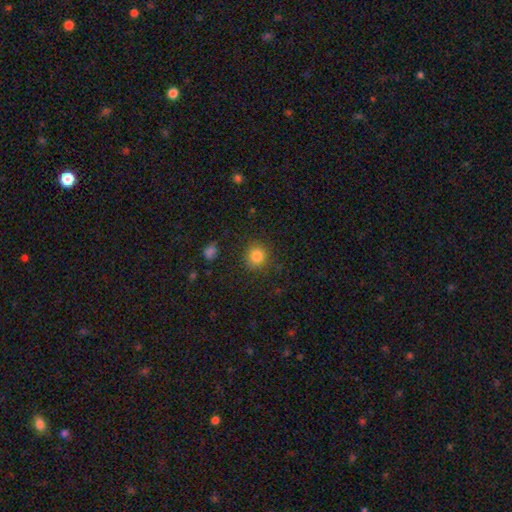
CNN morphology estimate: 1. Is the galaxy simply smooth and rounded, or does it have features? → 84% smooth, 11% star or artifact, 5% featured or disk.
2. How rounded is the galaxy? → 88% round, 11% in between, 1% cigar-shaped.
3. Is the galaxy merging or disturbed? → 87% none, 8% minor disturbance, 3% major disturbance, 1% merger.